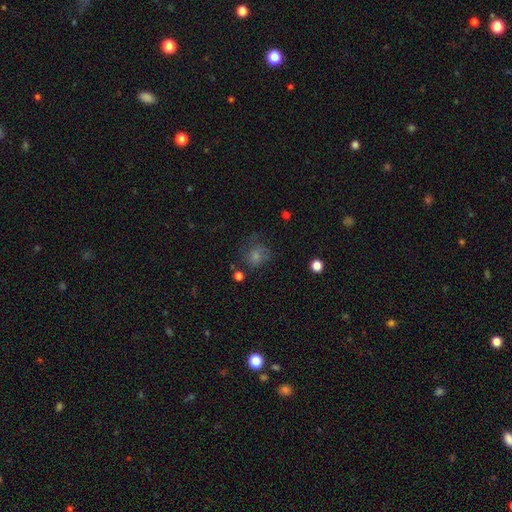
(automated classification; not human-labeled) Q: Smooth or featured?
A: smooth (44%); runner-up: featured or disk (29%)
Q: Merging?
A: none (61%); runner-up: minor disturbance (20%)